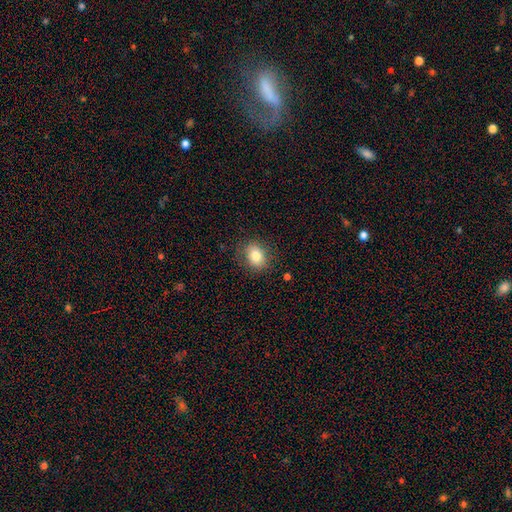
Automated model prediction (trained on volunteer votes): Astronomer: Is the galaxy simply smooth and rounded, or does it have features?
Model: smooth — 82%.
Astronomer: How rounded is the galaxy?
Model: in between — 51% (runner-up: round, 48%).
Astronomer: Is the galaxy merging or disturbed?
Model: none — 84%.